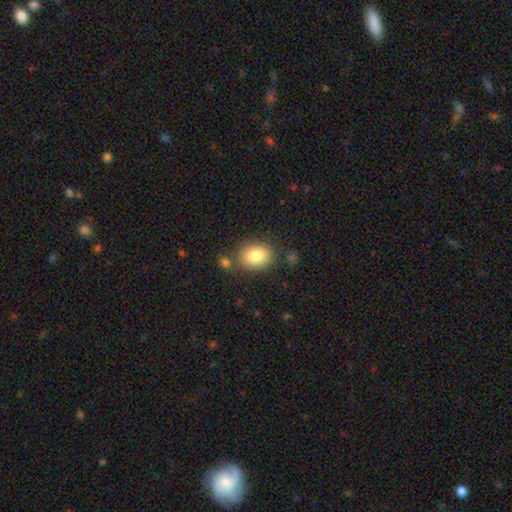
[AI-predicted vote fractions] A smooth galaxy with no disk features (83%) that is in between round and cigar-shaped (67%). Merging: none (76%).